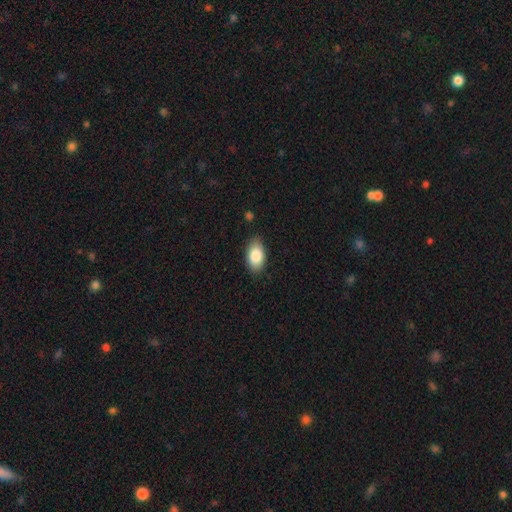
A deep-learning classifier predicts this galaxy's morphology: Smooth or featured: smooth — 85% (featured or disk — 8%)
How rounded: in between — 93% (round — 5%)
Merging: none — 85% (minor disturbance — 11%)